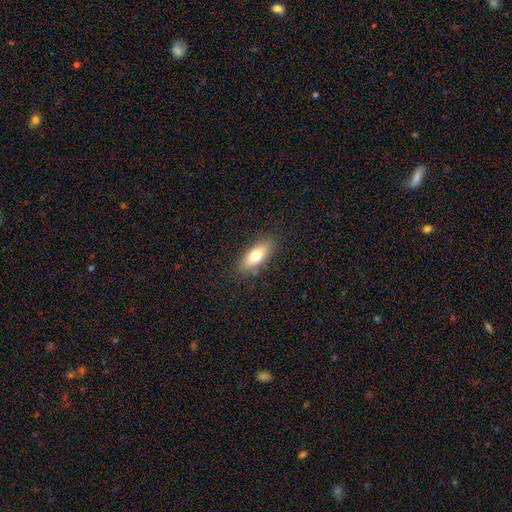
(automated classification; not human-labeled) Q: Smooth or featured?
A: smooth (74%); runner-up: featured or disk (19%)
Q: How rounded?
A: in between (67%); runner-up: cigar-shaped (31%)
Q: Merging?
A: none (85%); runner-up: minor disturbance (11%)